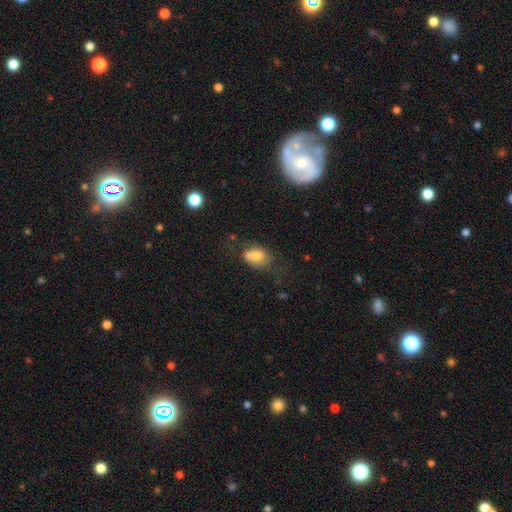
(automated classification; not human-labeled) A smooth galaxy with no disk features (66%) that is in between round and cigar-shaped (62%).

Vote fractions:
- Smooth or featured? smooth: 66% / featured or disk: 23% / star or artifact: 11%
- How rounded? in between: 62% / round: 37% / cigar-shaped: 1%
- Merging? none: 38% / merger: 33% / minor disturbance: 20% / major disturbance: 9%